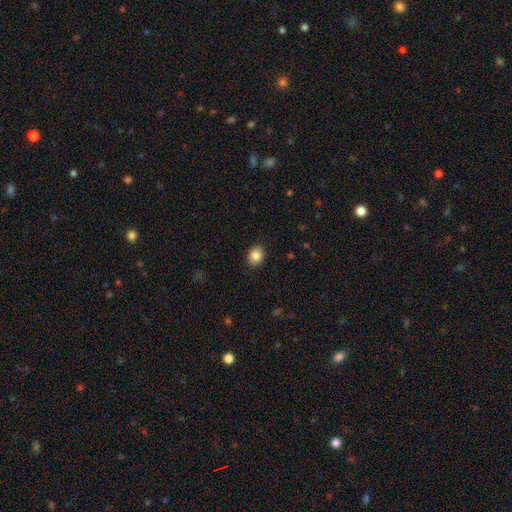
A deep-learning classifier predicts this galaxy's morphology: Smooth or featured: smooth — 86% (star or artifact — 9%)
How rounded: in between — 54% (round — 45%)
Merging: none — 90% (minor disturbance — 7%)